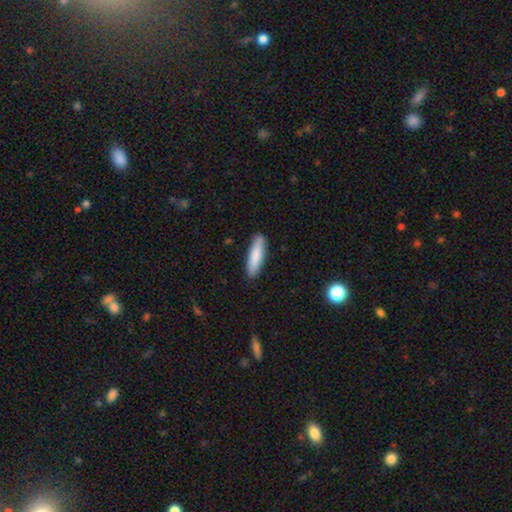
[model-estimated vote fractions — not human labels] A smooth galaxy with no disk features (85%) that is cigar-shaped (70%).

Vote fractions:
- Smooth or featured? smooth: 85% / featured or disk: 10% / star or artifact: 5%
- How rounded? cigar-shaped: 70% / in between: 29% / round: 1%
- Merging? none: 88% / minor disturbance: 9% / major disturbance: 2% / merger: 1%